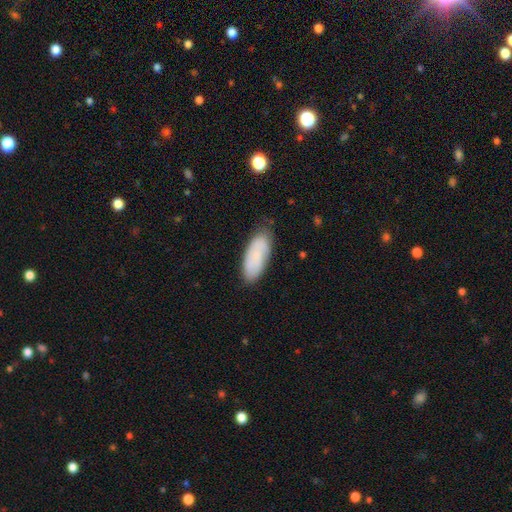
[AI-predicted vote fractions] Q: Smooth or featured?
A: smooth (72%); runner-up: featured or disk (21%)
Q: How rounded?
A: in between (84%); runner-up: cigar-shaped (14%)
Q: Merging?
A: none (70%); runner-up: minor disturbance (23%)